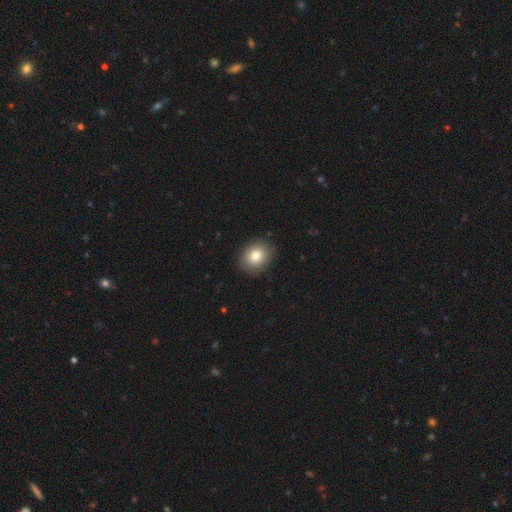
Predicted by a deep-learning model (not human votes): Smooth or featured? Predicted: smooth (p=0.81). How rounded? Predicted: round (p=0.58). Merging? Predicted: none (p=0.88).